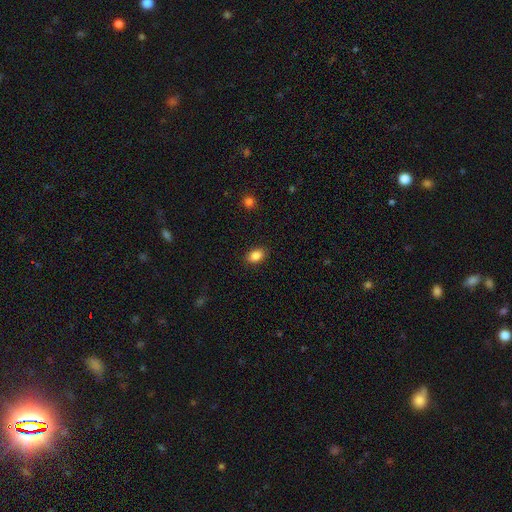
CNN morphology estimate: smooth_or_featured: smooth (p=0.87) [alt: star or artifact p=0.09]
how_rounded: in between (p=0.83) [alt: round p=0.16]
merging: none (p=0.89) [alt: minor disturbance p=0.08]